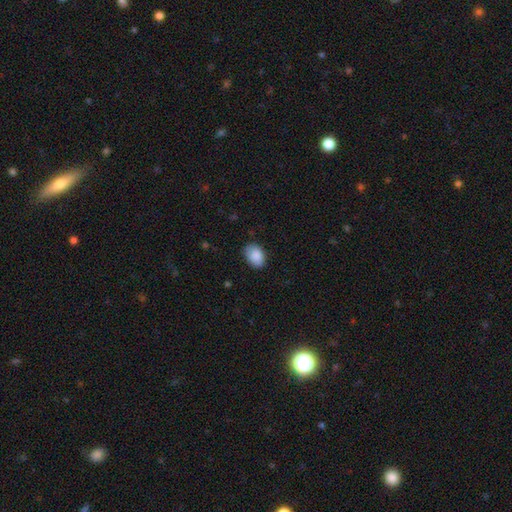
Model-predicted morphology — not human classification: smooth_or_featured: smooth (p=0.88) [alt: star or artifact p=0.07]
how_rounded: in between (p=0.85) [alt: round p=0.14]
merging: none (p=0.82) [alt: minor disturbance p=0.15]